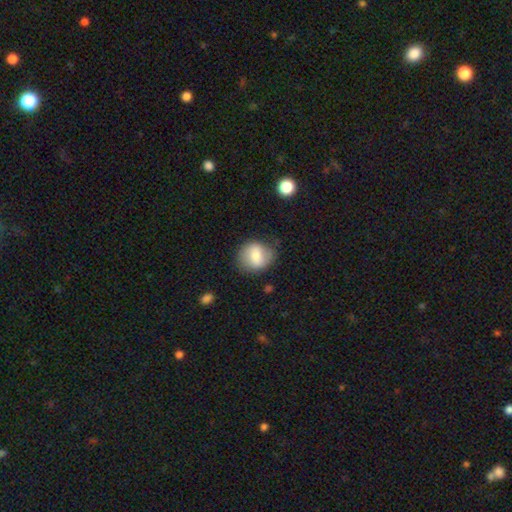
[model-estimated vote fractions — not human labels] Q: Smooth or featured?
A: smooth (66%); runner-up: featured or disk (26%)
Q: How rounded?
A: round (69%); runner-up: in between (30%)
Q: Merging?
A: none (73%); runner-up: minor disturbance (19%)